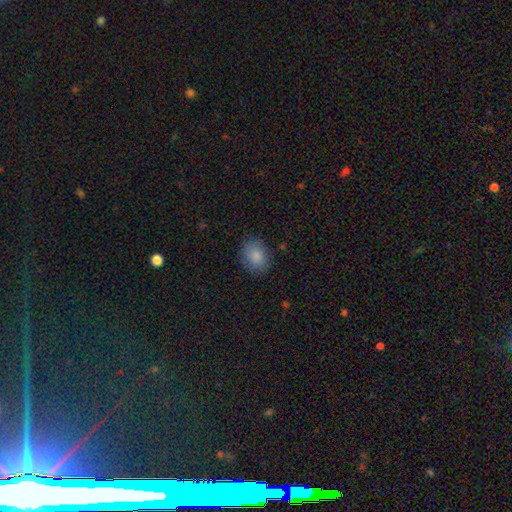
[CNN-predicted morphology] Smooth or featured? smooth (86%)
How rounded? in between (52%)
Merging? none (83%)